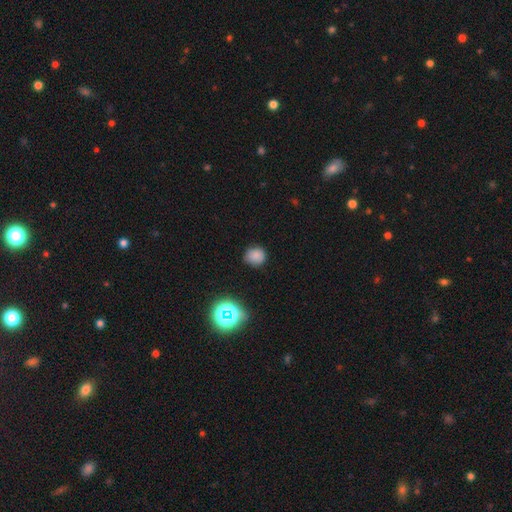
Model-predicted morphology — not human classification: smooth_or_featured: smooth (p=0.78) [alt: star or artifact p=0.16]
how_rounded: round (p=0.81) [alt: in between p=0.18]
merging: none (p=0.82) [alt: minor disturbance p=0.14]